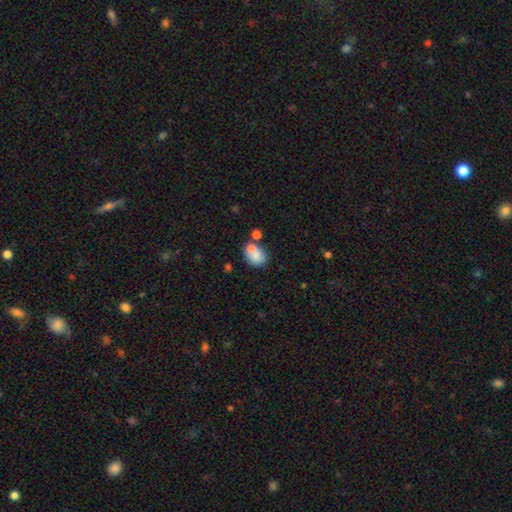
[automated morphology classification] type=smooth (74%); roundness=in between (50%); merging=none (45%).